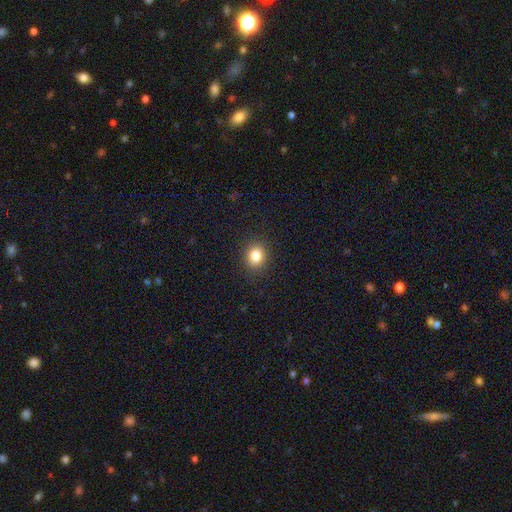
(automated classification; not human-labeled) A smooth galaxy with no disk features (83%) that is round (67%). Merging: none (89%).